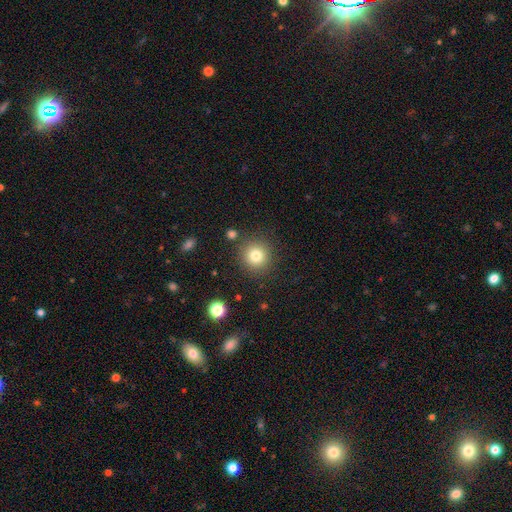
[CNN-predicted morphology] Smooth or featured?
  - smooth: 79% *
  - star or artifact: 13%
  - featured or disk: 8%
How rounded?
  - round: 93% *
  - in between: 6%
  - cigar-shaped: 1%
Merging?
  - none: 87% *
  - minor disturbance: 7%
  - merger: 3%
  - major disturbance: 3%